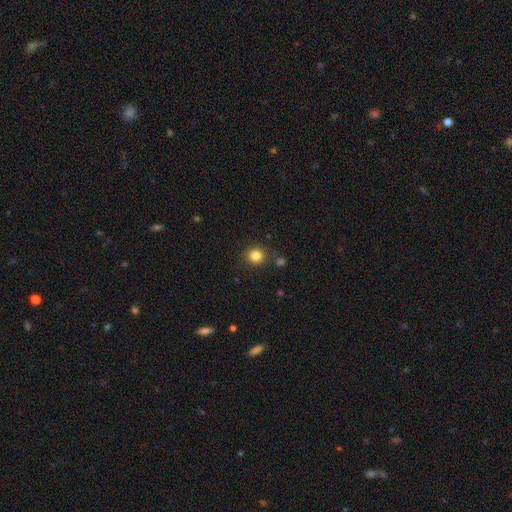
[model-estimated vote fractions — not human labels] Smooth or featured: smooth — 84% (star or artifact — 11%)
How rounded: round — 85% (in between — 14%)
Merging: none — 83% (minor disturbance — 9%)